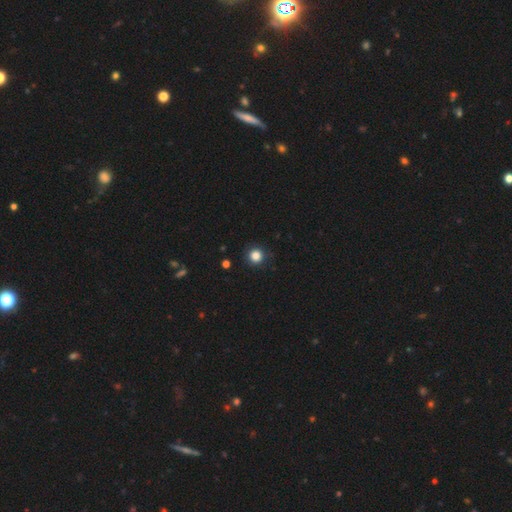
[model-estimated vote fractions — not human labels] smooth 83%, star or artifact 12%, featured or disk 4%. Down the decision tree: how rounded — round (94%); merging — none (90%).